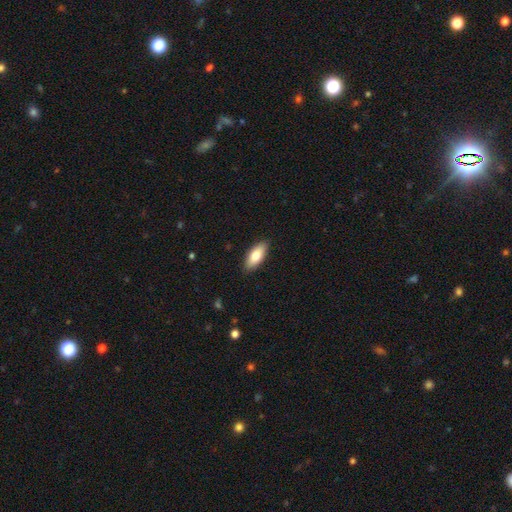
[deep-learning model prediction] This appears to be a smooth galaxy with no disk features (78%) that is in between round and cigar-shaped (81%). Merging: none (89%).